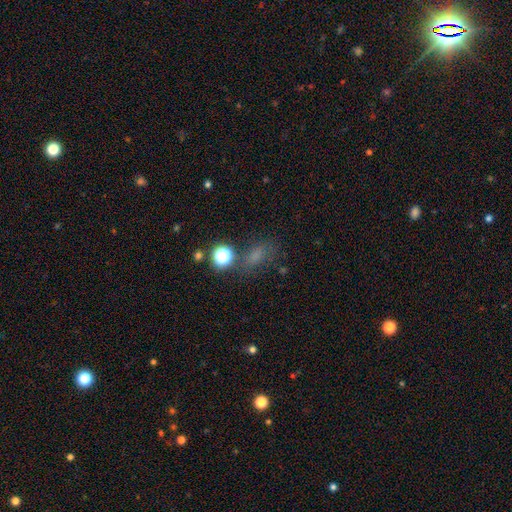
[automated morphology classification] Smooth or featured?
  - smooth: 64% *
  - star or artifact: 26%
  - featured or disk: 10%
How rounded?
  - in between: 65% *
  - round: 27%
  - cigar-shaped: 8%
Merging?
  - none: 60% *
  - minor disturbance: 19%
  - major disturbance: 12%
  - merger: 9%